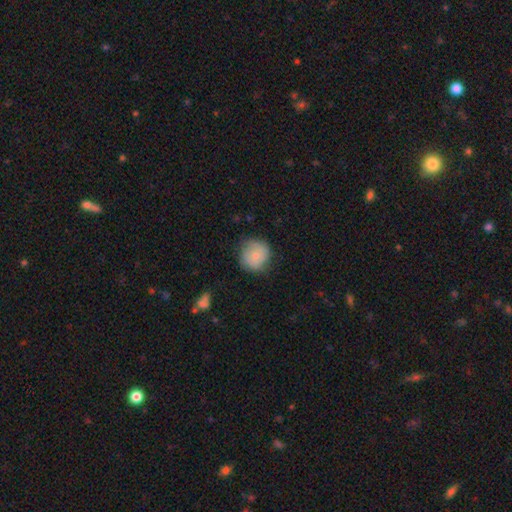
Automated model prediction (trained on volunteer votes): smooth-or-featured: smooth: 72% | featured or disk: 21% | star or artifact: 7%
  how-rounded: round: 89% | in between: 10% | cigar-shaped: 1%
  merging: none: 72% | minor disturbance: 21% | major disturbance: 5% | merger: 1%